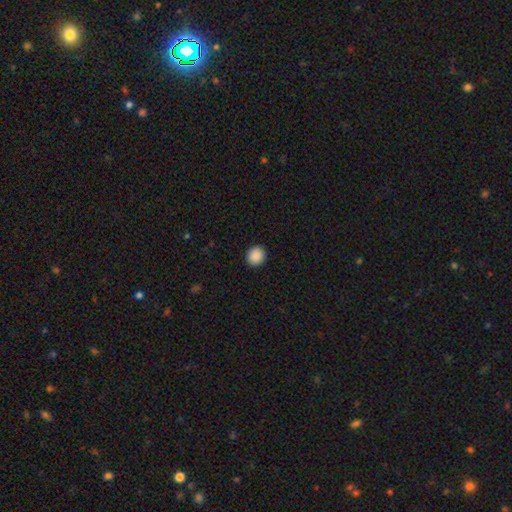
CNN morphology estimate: A smooth galaxy with no disk features (90%) that is round (88%). Merging: none (93%).